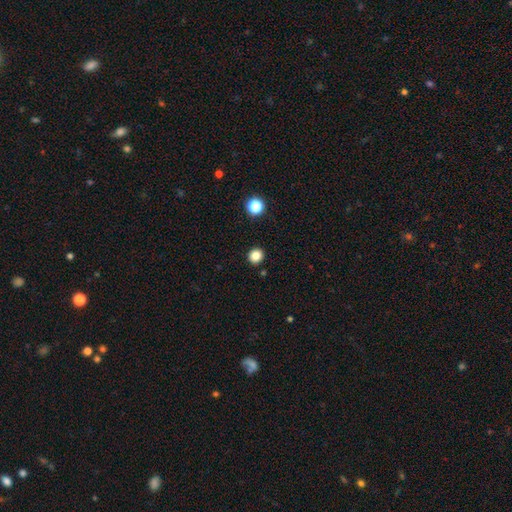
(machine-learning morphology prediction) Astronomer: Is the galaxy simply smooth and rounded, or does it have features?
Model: smooth — 84%.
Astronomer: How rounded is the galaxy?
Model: round — 91%.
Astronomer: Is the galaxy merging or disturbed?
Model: none — 92%.